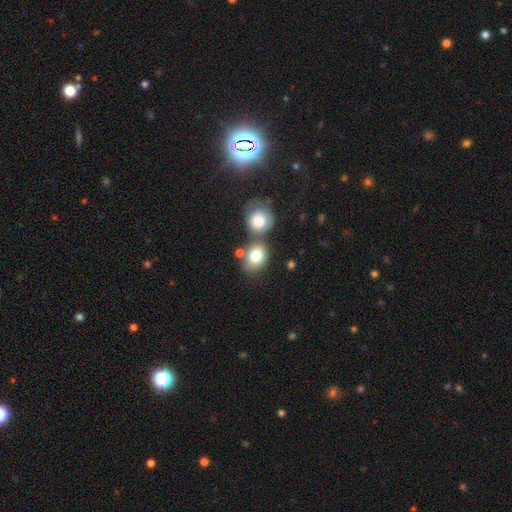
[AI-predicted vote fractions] smooth-or-featured: smooth: 79% | featured or disk: 13% | star or artifact: 8%
  how-rounded: round: 51% | in between: 47% | cigar-shaped: 1%
  merging: none: 43% | merger: 40% | minor disturbance: 12% | major disturbance: 5%